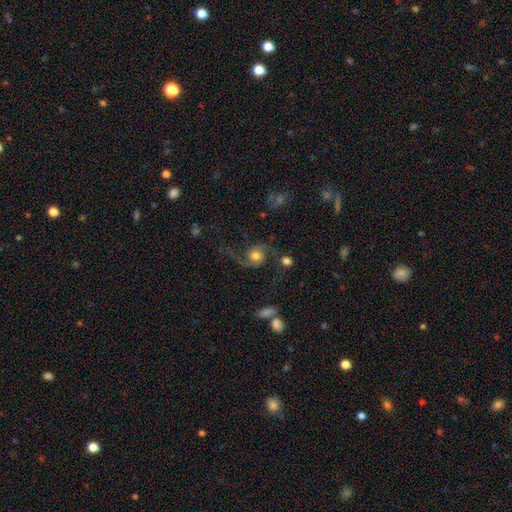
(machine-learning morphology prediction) Overall: featured or disk (81%). Edge-on disk: no (97%). Bar: no (73%). Spiral arms: yes (96%). Spiral arm count: 2 (92%). Spiral winding: loose (67%; medium 28%). Bulge size: moderate (55%; large 29%). Merging: none (63%).